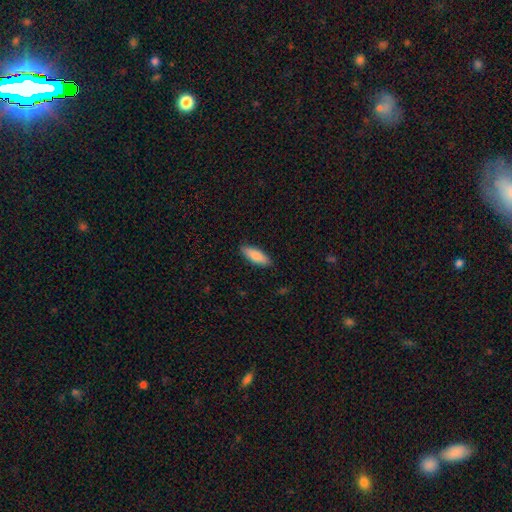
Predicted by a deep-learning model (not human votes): smooth-or-featured: smooth: 85% | featured or disk: 9% | star or artifact: 6%
  how-rounded: in between: 62% | cigar-shaped: 36% | round: 2%
  merging: none: 87% | minor disturbance: 10% | major disturbance: 2% | merger: 1%